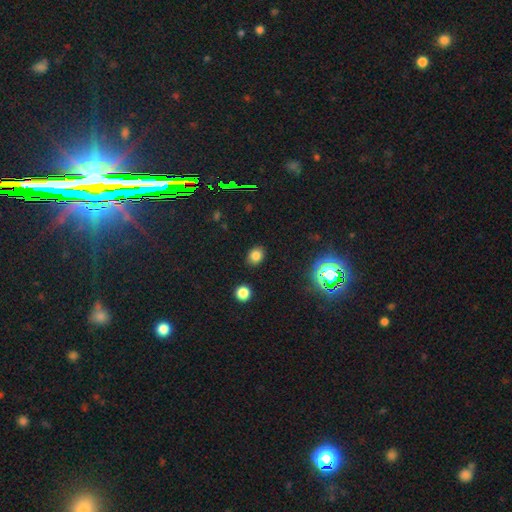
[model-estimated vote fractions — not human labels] Morphology: type=smooth (79%); roundness=in between (53%); merging=none (87%).